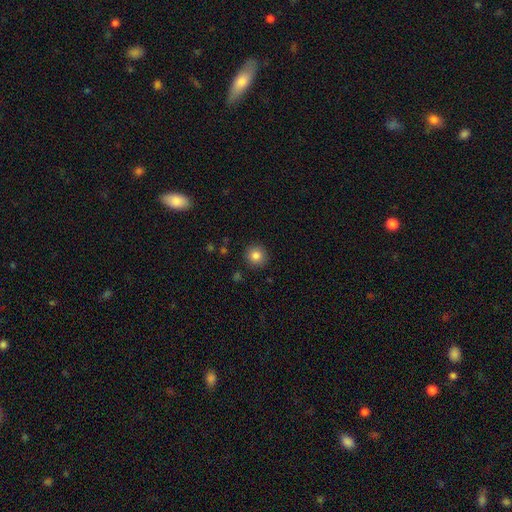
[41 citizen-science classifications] Smooth or featured? smooth (93%)
How rounded? round (97%)
Merging? none (98%)